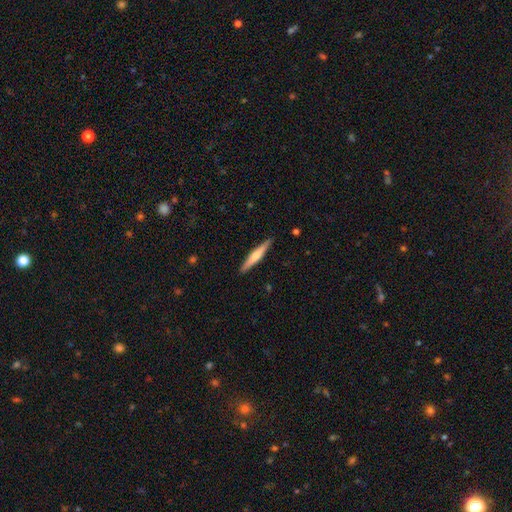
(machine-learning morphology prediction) smooth_or_featured: featured or disk (p=0.48) [alt: smooth p=0.47]
merging: none (p=0.91) [alt: minor disturbance p=0.07]